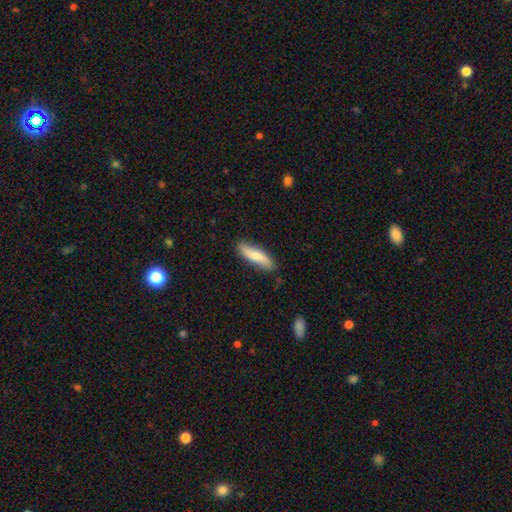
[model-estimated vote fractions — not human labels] This appears to be a smooth galaxy with no disk features (67%) that is cigar-shaped (67%). Merging: none (83%).